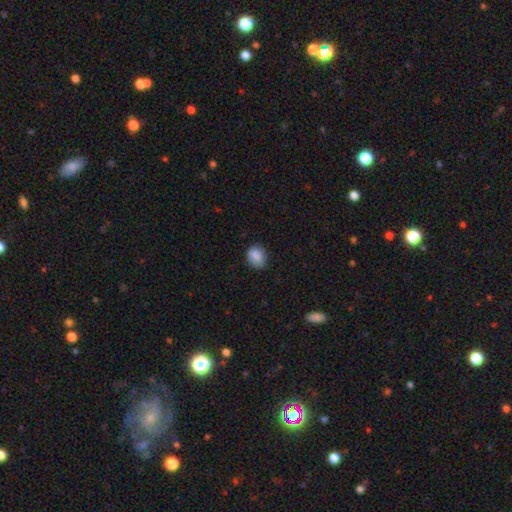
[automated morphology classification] Smooth or featured? Predicted: smooth (p=0.87). How rounded? Predicted: in between (p=0.51). Merging? Predicted: none (p=0.76).